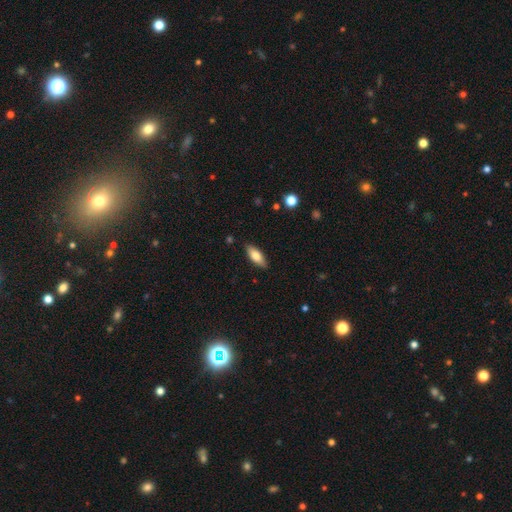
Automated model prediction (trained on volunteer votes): Smooth or featured? Predicted: smooth (p=0.74). How rounded? Predicted: in between (p=0.71). Merging? Predicted: none (p=0.87).